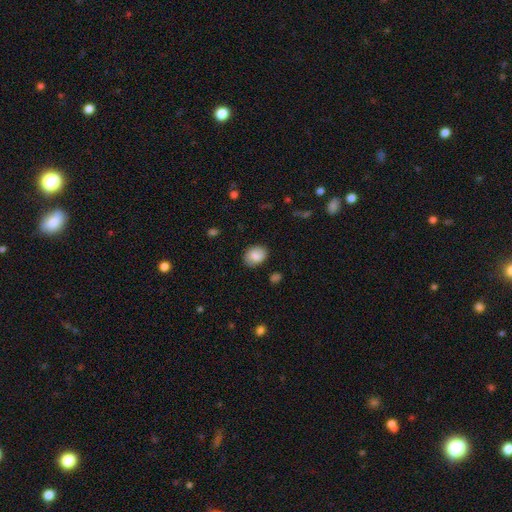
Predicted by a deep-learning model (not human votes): Morphology: type=smooth (84%); roundness=in between (66%); merging=none (81%).